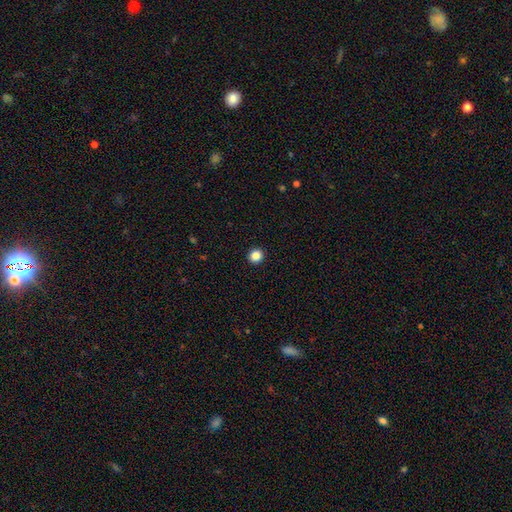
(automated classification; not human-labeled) The model was most divided on "smooth or featured": smooth: 85%, star or artifact: 11%, featured or disk: 4%. More confident: merging — none (94%); how rounded — round (93%).